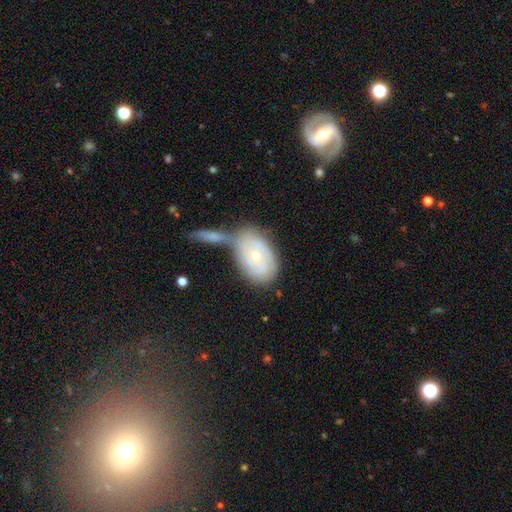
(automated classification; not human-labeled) smooth_or_featured: featured or disk (p=0.53) [alt: smooth p=0.39]
disk_edge_on: no (p=0.92) [alt: yes p=0.08]
merging: none (p=0.43) [alt: merger p=0.33]